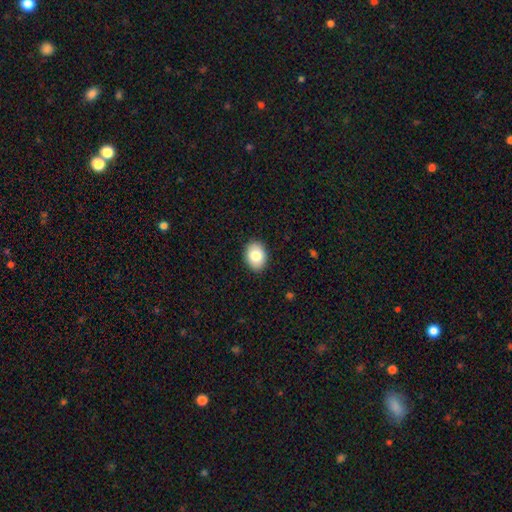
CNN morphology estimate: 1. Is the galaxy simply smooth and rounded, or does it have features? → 83% smooth, 10% featured or disk, 7% star or artifact.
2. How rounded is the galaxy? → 72% in between, 27% round, 1% cigar-shaped.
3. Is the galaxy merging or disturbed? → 89% none, 8% minor disturbance, 2% major disturbance, 1% merger.